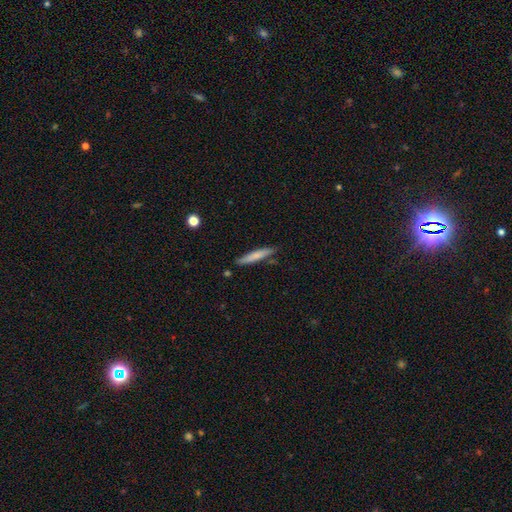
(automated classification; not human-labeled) The model was most divided on "smooth or featured": smooth: 72%, featured or disk: 22%, star or artifact: 6%. More confident: how rounded — cigar-shaped (92%); merging — none (82%).